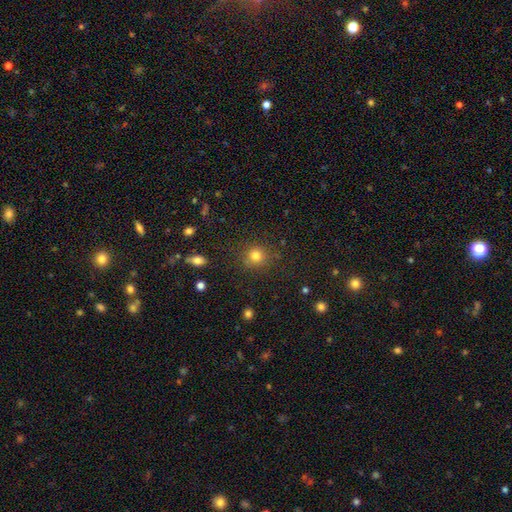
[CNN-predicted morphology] Q: Smooth or featured?
A: smooth (80%); runner-up: star or artifact (14%)
Q: How rounded?
A: round (90%); runner-up: in between (9%)
Q: Merging?
A: none (84%); runner-up: minor disturbance (9%)